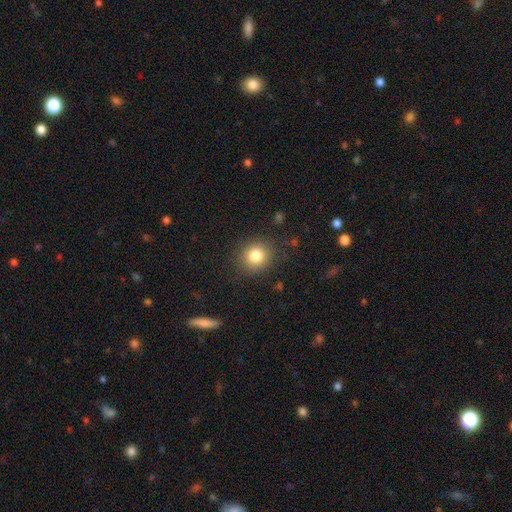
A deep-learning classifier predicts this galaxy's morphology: Smooth or featured? Predicted: smooth (p=0.81). How rounded? Predicted: round (p=0.79). Merging? Predicted: none (p=0.86).